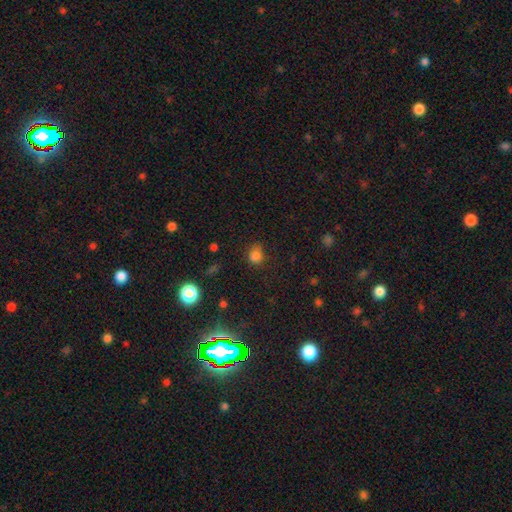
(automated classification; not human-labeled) A smooth galaxy with no disk features (78%) that is round (68%).

Vote fractions:
- Smooth or featured? smooth: 78% / star or artifact: 17% / featured or disk: 5%
- How rounded? round: 68% / in between: 31% / cigar-shaped: 1%
- Merging? none: 66% / minor disturbance: 23% / major disturbance: 8% / merger: 4%